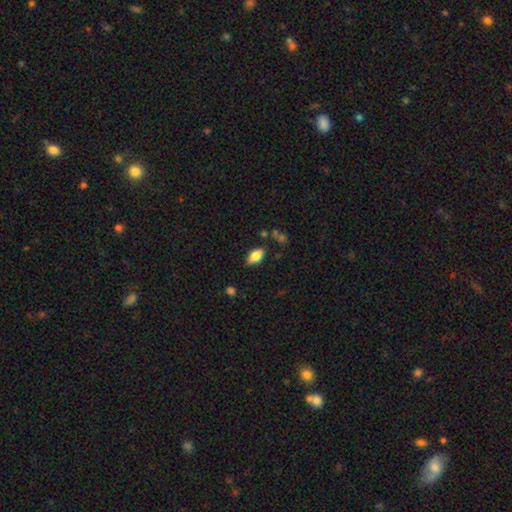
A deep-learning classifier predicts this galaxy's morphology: Overall: smooth (79%). How rounded: in between (91%). Merging: none (78%).